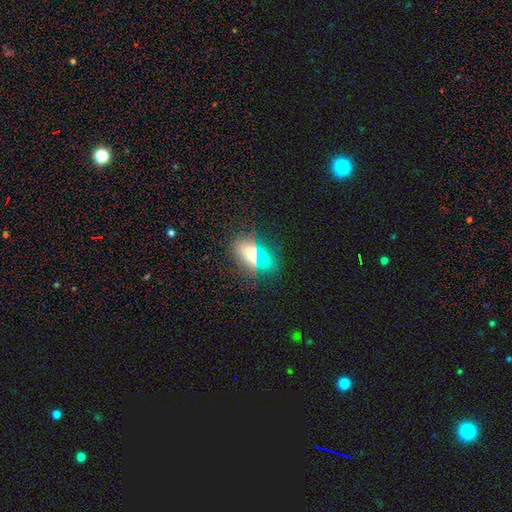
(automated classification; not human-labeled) Q: Smooth or featured?
A: smooth (62%); runner-up: star or artifact (19%)
Q: How rounded?
A: in between (74%); runner-up: round (18%)
Q: Merging?
A: none (83%); runner-up: minor disturbance (11%)